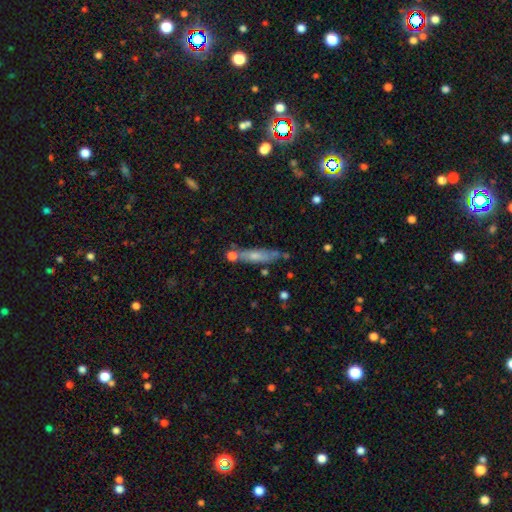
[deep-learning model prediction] Smooth or featured: smooth — 55% (featured or disk — 36%)
How rounded: cigar-shaped — 77% (in between — 21%)
Merging: none — 64% (minor disturbance — 19%)